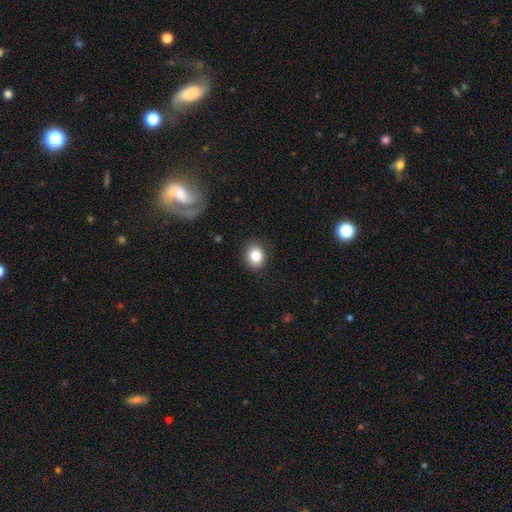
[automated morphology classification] Smooth or featured: smooth — 84% (star or artifact — 9%)
How rounded: round — 58% (in between — 41%)
Merging: none — 87% (minor disturbance — 10%)